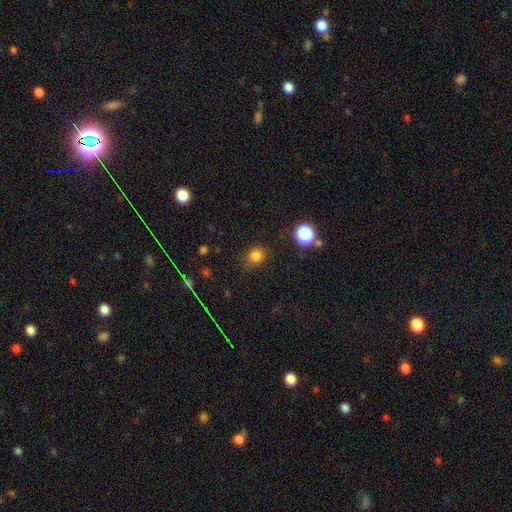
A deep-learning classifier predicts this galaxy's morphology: smooth 79%, star or artifact 16%, featured or disk 5%. Down the decision tree: how rounded — round (69%); merging — none (76%).